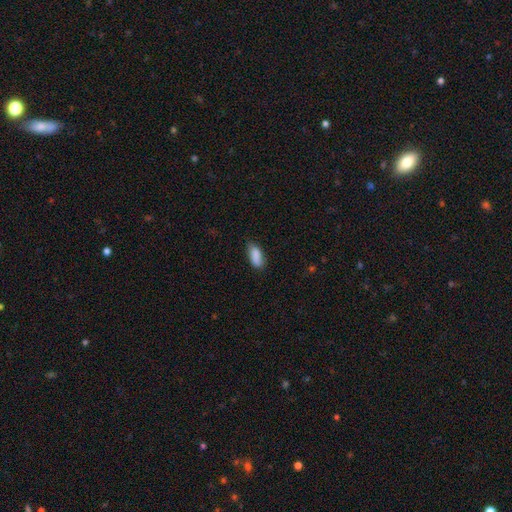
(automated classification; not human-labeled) This is clearly a smooth galaxy (87%). How rounded: clearly in between (81%). Merging: likely none (69%).